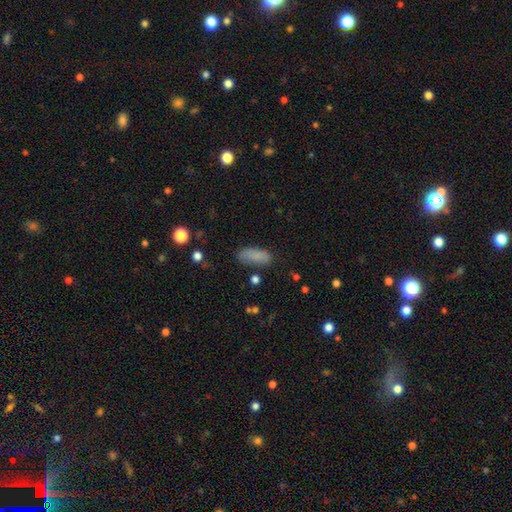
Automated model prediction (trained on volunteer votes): This appears to be a smooth galaxy with no disk features (84%) that is in between round and cigar-shaped (78%). Merging: none (75%).